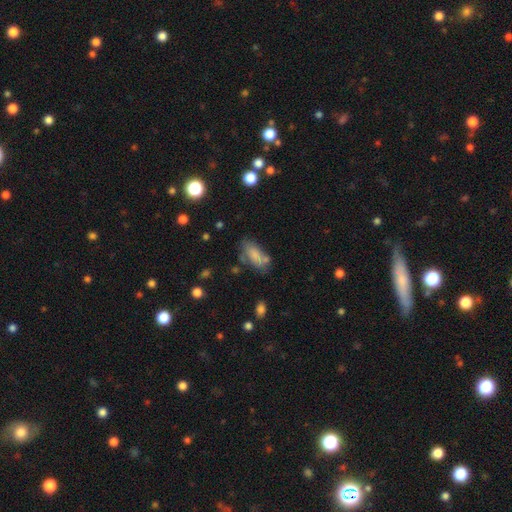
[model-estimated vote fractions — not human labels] smooth-or-featured: smooth: 73% | featured or disk: 18% | star or artifact: 9%
  how-rounded: in between: 85% | cigar-shaped: 12% | round: 3%
  merging: none: 46% | minor disturbance: 24% | merger: 17% | major disturbance: 12%